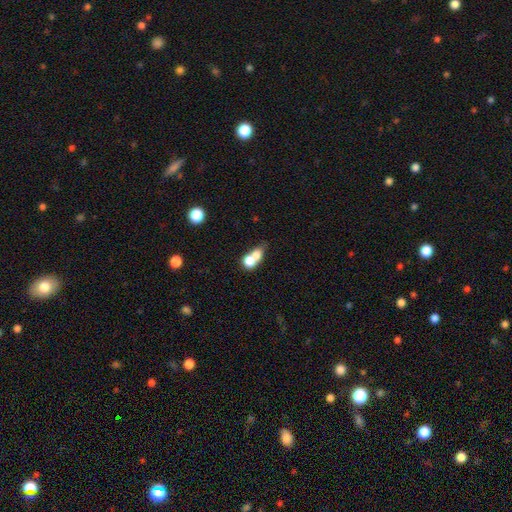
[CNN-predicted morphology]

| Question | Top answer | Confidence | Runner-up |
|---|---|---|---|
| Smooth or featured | smooth | 71% | featured or disk (19%) |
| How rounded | round | 55% | in between (41%) |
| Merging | merger | 68% | none (22%) |